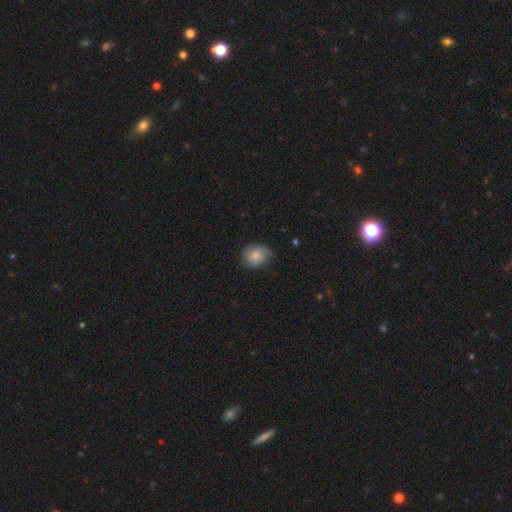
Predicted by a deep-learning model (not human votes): A smooth galaxy with no disk features (60%) that is round (54%). Merging: none (66%).